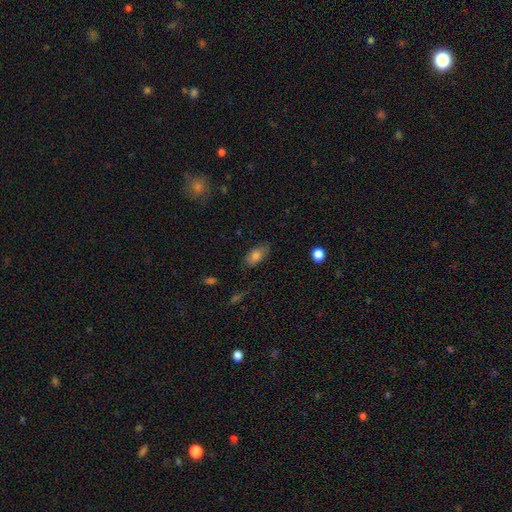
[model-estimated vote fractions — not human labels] smooth 75%, featured or disk 16%, star or artifact 9%. Down the decision tree: how rounded — in between (90%); merging — none (80%).